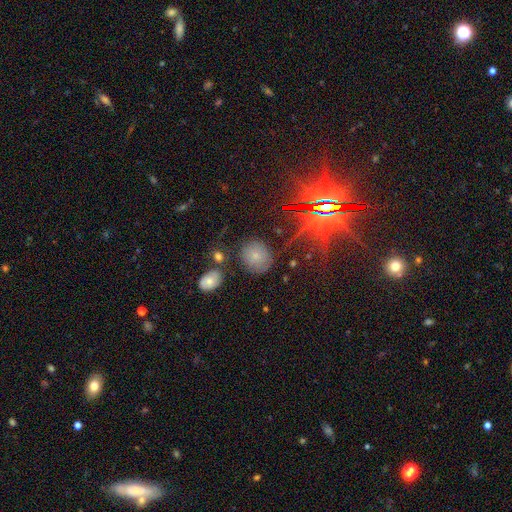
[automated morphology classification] A smooth galaxy with no disk features (66%) that is round (77%). Merging: none (76%).